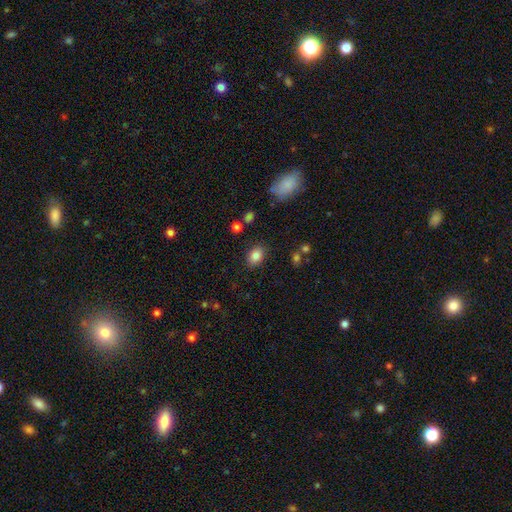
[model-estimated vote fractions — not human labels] The model was most divided on "how rounded": in between: 75%, round: 24%, cigar-shaped: 1%. More confident: merging — none (85%); smooth or featured — smooth (84%).